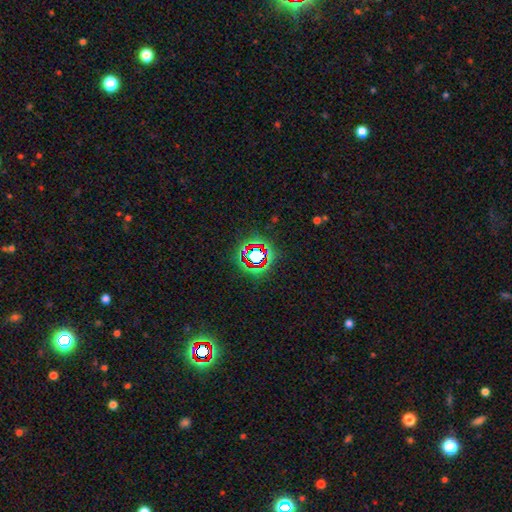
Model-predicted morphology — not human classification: star or artifact 70%, smooth 19%, featured or disk 11%.